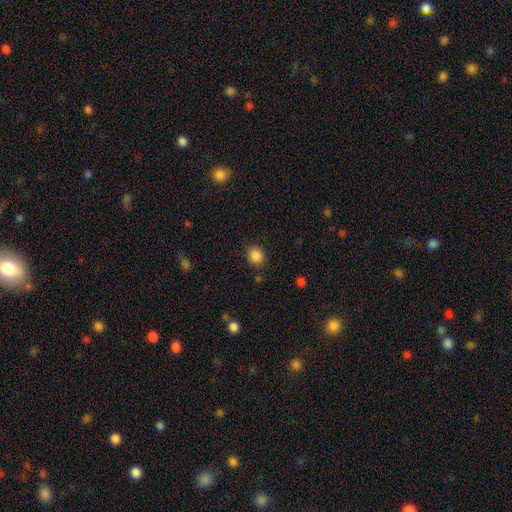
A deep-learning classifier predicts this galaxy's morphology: Smooth or featured: smooth — 86% (star or artifact — 11%)
How rounded: round — 79% (in between — 20%)
Merging: none — 85% (minor disturbance — 11%)